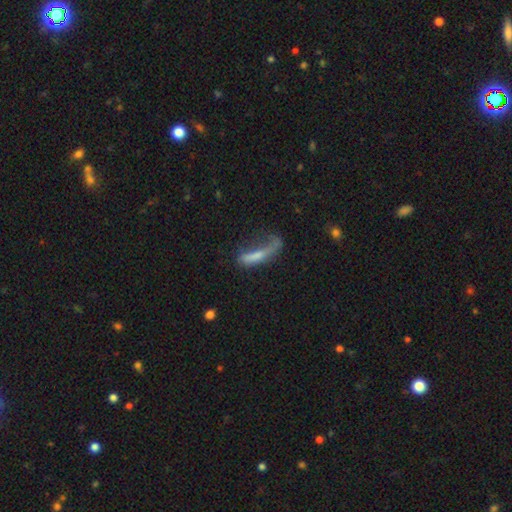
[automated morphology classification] Smooth or featured? smooth (53%)
How rounded? cigar-shaped (78%)
Merging? major disturbance (39%)